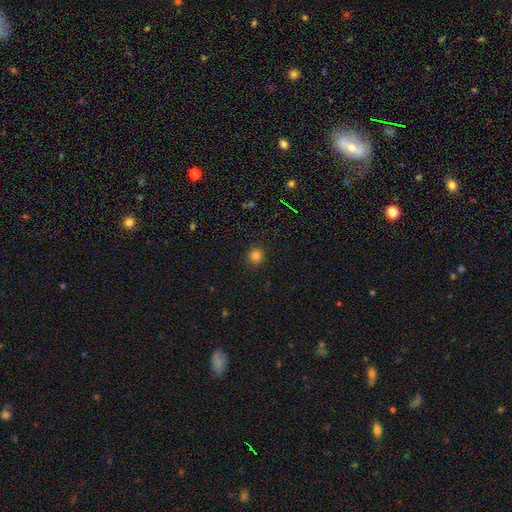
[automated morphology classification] The model was most divided on "smooth or featured": smooth: 79%, star or artifact: 16%, featured or disk: 6%. More confident: merging — none (87%); how rounded — round (85%).